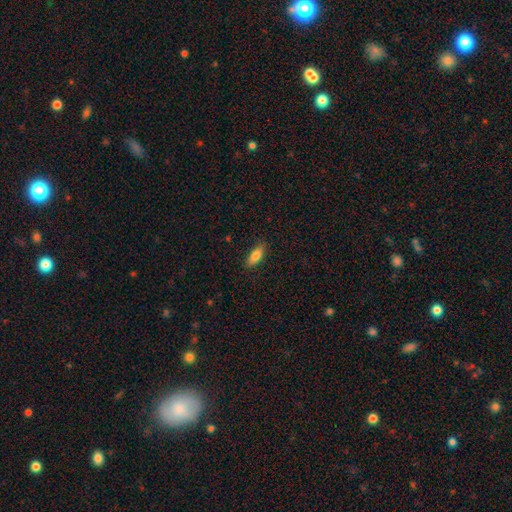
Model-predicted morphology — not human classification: type=smooth (80%); roundness=in between (73%); merging=none (86%).